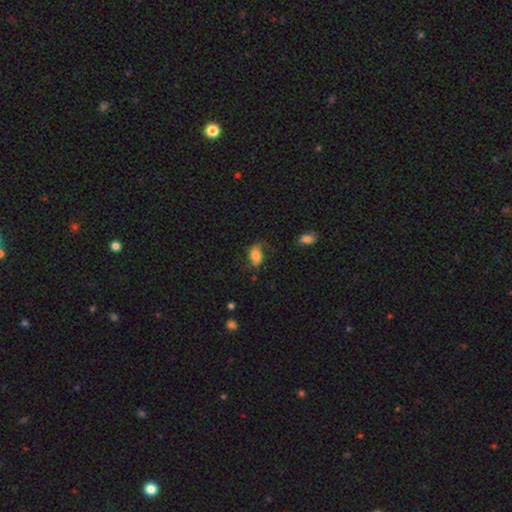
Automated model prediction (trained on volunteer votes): Overall: smooth (51%; featured or disk 40%). How rounded: in between (85%). Merging: none (57%; minor disturbance 24%).